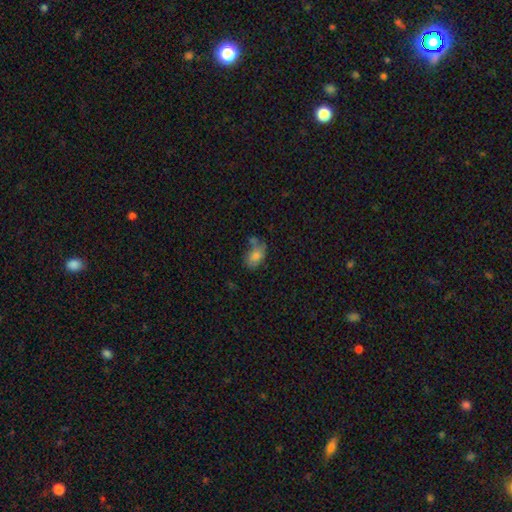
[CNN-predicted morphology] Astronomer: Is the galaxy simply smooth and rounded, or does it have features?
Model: smooth — 71%.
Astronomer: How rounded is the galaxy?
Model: in between — 86%.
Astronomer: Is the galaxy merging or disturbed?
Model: none — 43% (runner-up: minor disturbance, 26%).